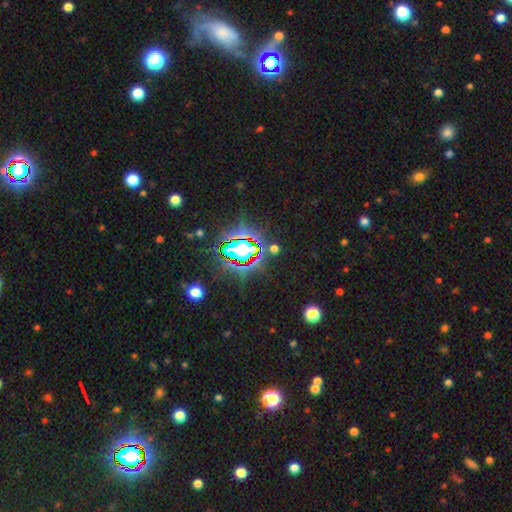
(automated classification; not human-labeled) Smooth or featured?
  - star or artifact: 83% *
  - smooth: 10%
  - featured or disk: 7%